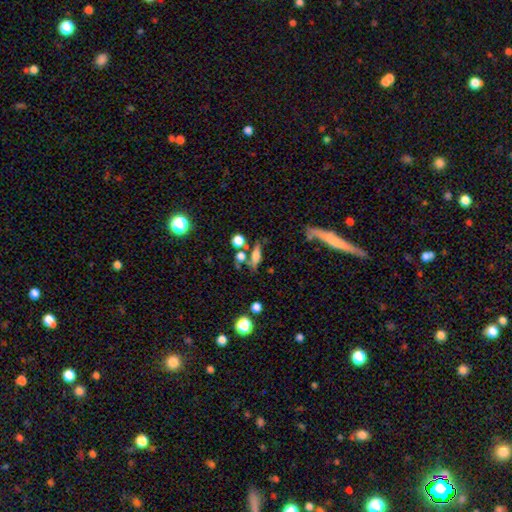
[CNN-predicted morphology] Smooth or featured? smooth (60%)
How rounded? in between (45%, tied with cigar-shaped)
Merging? none (53%)